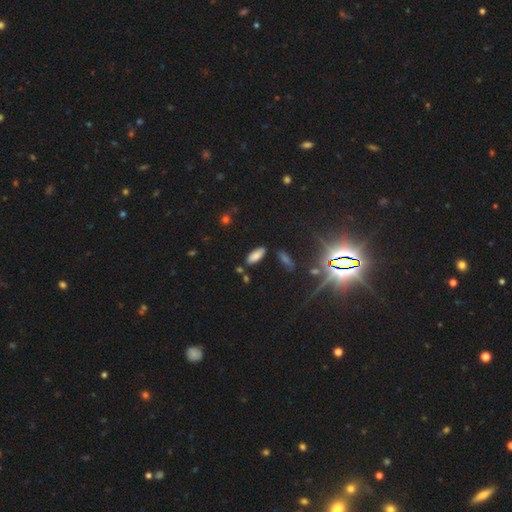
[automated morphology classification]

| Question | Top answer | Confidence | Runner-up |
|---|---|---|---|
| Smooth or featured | smooth | 80% | star or artifact (13%) |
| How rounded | in between | 80% | cigar-shaped (18%) |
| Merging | none | 80% | minor disturbance (12%) |